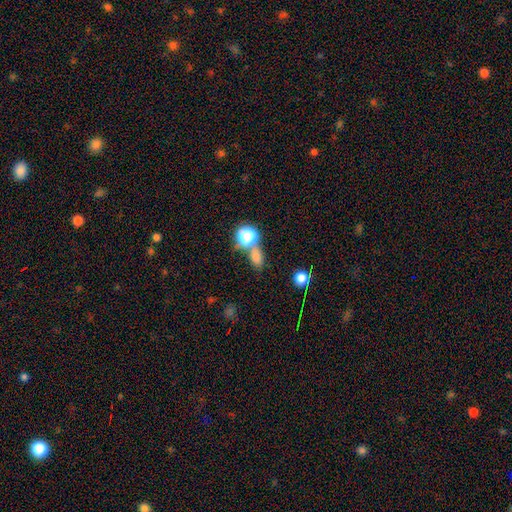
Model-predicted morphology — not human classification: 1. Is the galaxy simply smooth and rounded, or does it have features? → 70% smooth, 22% star or artifact, 8% featured or disk.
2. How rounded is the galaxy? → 61% in between, 35% round, 4% cigar-shaped.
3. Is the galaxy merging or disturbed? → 55% none, 29% merger, 11% minor disturbance, 5% major disturbance.